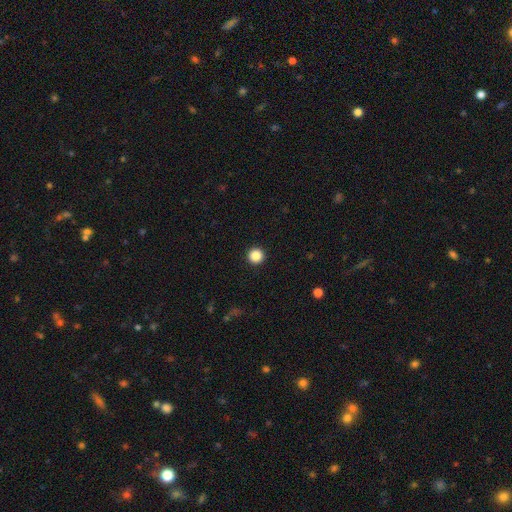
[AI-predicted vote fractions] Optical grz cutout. It shows a smooth galaxy with no disk features (87%) that is round (96%). Merging: none (94%).